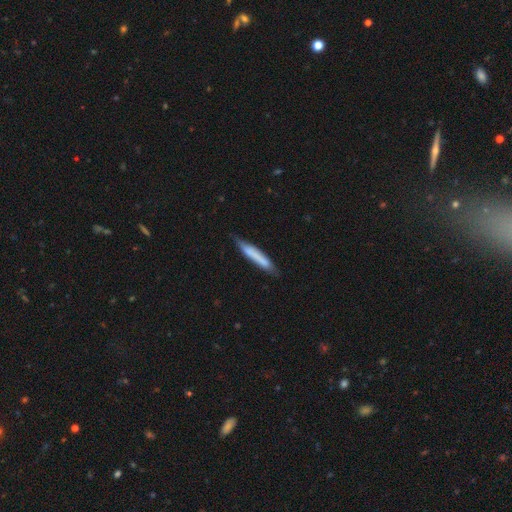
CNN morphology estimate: A smooth galaxy with no disk features (67%) that is cigar-shaped (92%).

Vote fractions:
- Smooth or featured? smooth: 67% / featured or disk: 27% / star or artifact: 6%
- How rounded? cigar-shaped: 92% / in between: 6% / round: 1%
- Merging? none: 73% / minor disturbance: 22% / major disturbance: 4% / merger: 2%